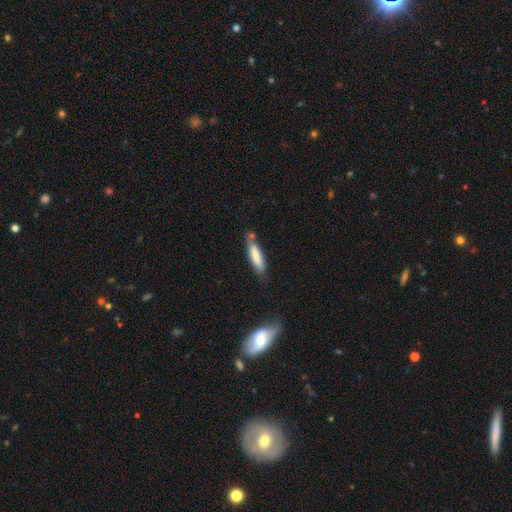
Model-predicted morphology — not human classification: Smooth or featured? smooth (77%)
How rounded? cigar-shaped (71%)
Merging? none (62%)